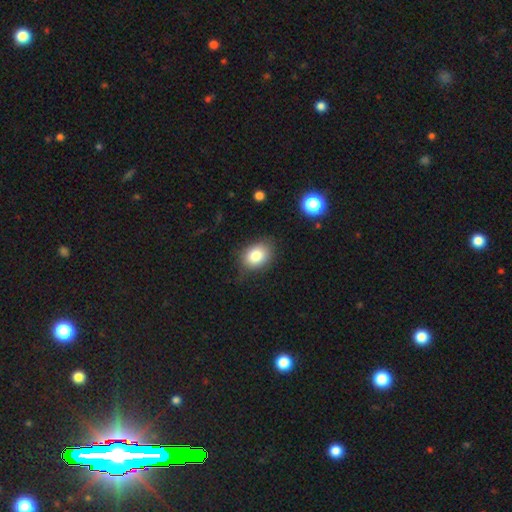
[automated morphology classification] smooth 82%, featured or disk 9%, star or artifact 9%. Down the decision tree: how rounded — in between (62%); merging — none (75%).